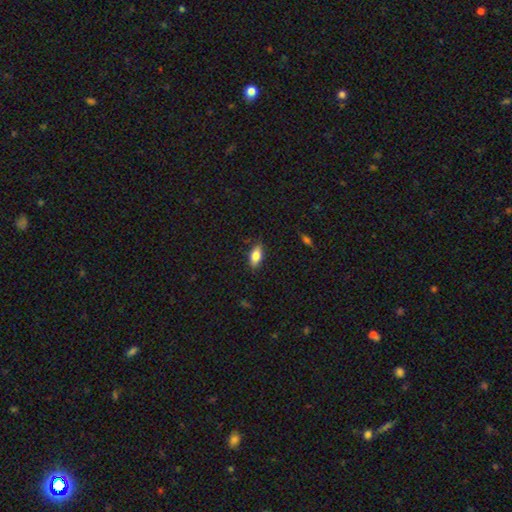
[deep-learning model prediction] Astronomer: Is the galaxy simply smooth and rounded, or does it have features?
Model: smooth — 79%.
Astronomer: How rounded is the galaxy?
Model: in between — 86%.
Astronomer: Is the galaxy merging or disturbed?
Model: none — 83%.